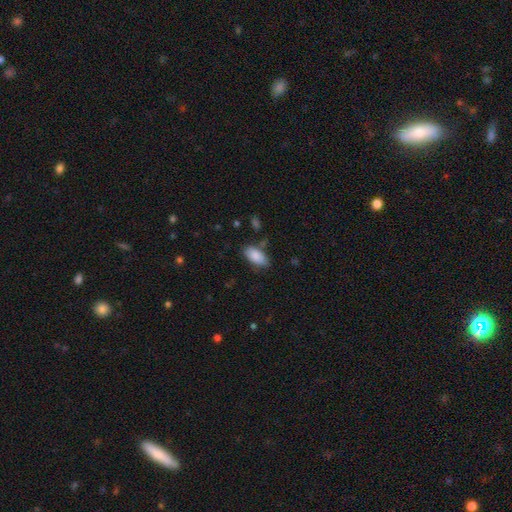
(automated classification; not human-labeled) smooth 88%, star or artifact 7%, featured or disk 6%. Down the decision tree: how rounded — in between (92%); merging — none (75%).